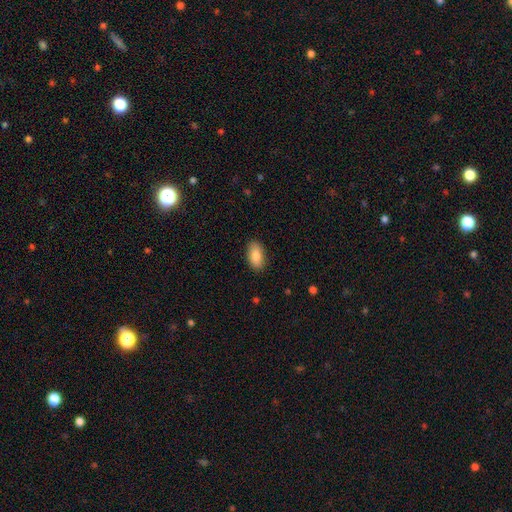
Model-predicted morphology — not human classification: Smooth or featured: smooth — 85% (featured or disk — 8%)
How rounded: in between — 92% (cigar-shaped — 5%)
Merging: none — 88% (minor disturbance — 9%)